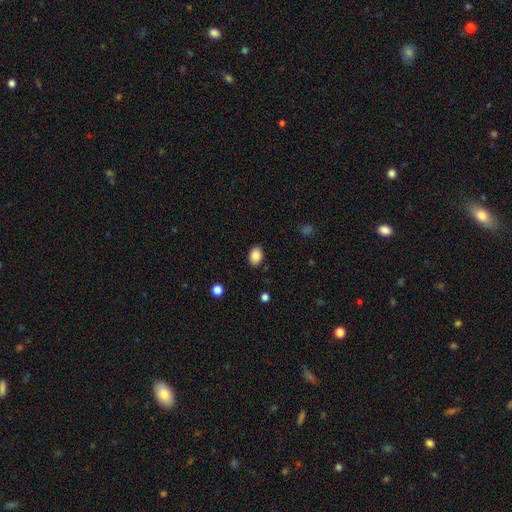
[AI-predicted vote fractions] This is clearly a smooth galaxy (86%). How rounded: likely in between (76%). Merging: clearly none (87%).